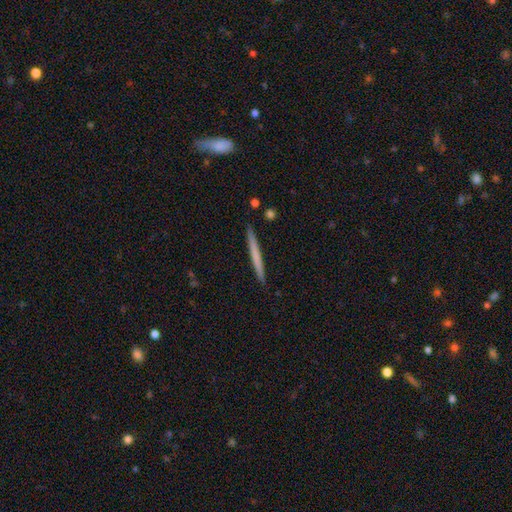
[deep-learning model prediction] smooth_or_featured: smooth (p=0.58) [alt: featured or disk p=0.37]
how_rounded: cigar-shaped (p=0.97) [alt: in between p=0.02]
merging: none (p=0.92) [alt: minor disturbance p=0.06]